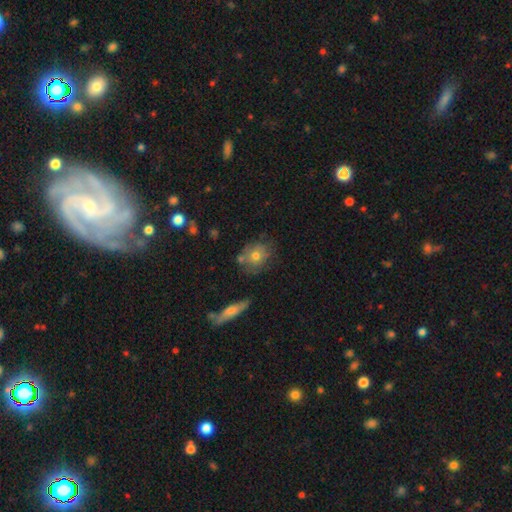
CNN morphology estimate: smooth 63%, featured or disk 27%, star or artifact 10%. Down the decision tree: how rounded — round (61%); merging — none (61%).